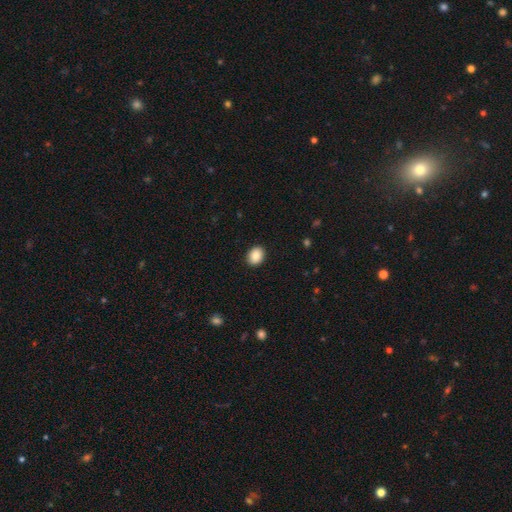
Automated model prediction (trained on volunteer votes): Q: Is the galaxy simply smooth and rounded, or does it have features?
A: smooth — 88%.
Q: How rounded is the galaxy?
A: round — 53%.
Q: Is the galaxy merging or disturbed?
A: none — 91%.